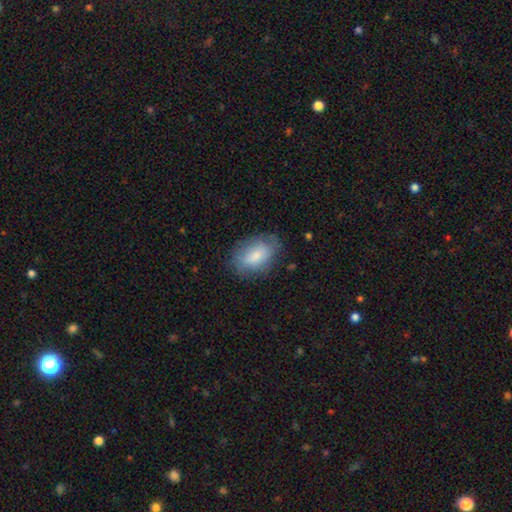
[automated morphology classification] smooth 73%, featured or disk 19%, star or artifact 7%. Down the decision tree: how rounded — in between (87%); merging — none (72%).